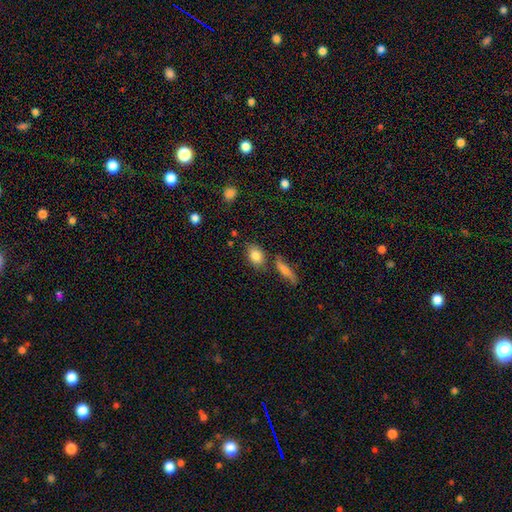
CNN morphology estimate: smooth 84%, featured or disk 8%, star or artifact 8%. Down the decision tree: how rounded — in between (72%); merging — none (71%).